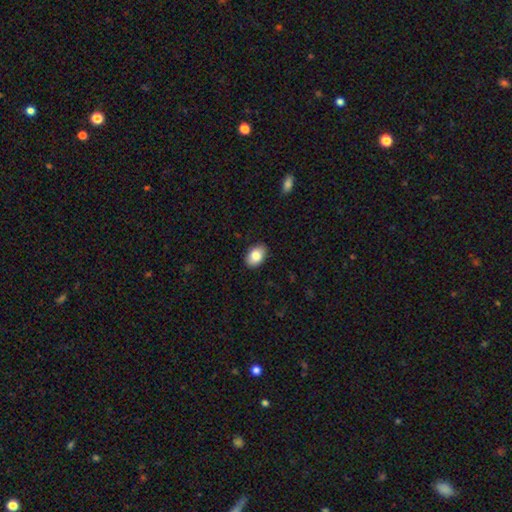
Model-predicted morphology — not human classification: This appears to be a smooth galaxy with no disk features (84%) that is in between round and cigar-shaped (85%). Merging: none (88%).